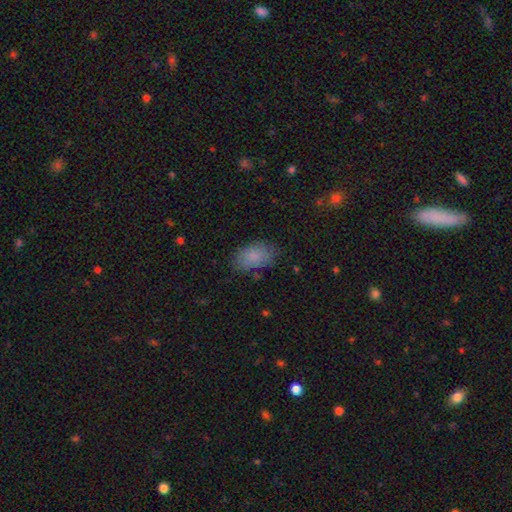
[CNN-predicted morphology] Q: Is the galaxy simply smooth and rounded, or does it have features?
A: smooth — 83%.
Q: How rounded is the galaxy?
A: in between — 92%.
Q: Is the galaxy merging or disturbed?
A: none — 74%.